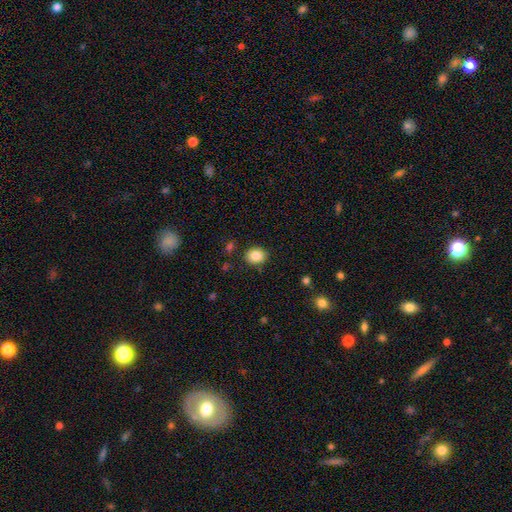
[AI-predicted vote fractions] Smooth or featured?
  - smooth: 86% *
  - star or artifact: 9%
  - featured or disk: 5%
How rounded?
  - round: 53% *
  - in between: 46%
  - cigar-shaped: 1%
Merging?
  - none: 86% *
  - minor disturbance: 9%
  - major disturbance: 3%
  - merger: 2%